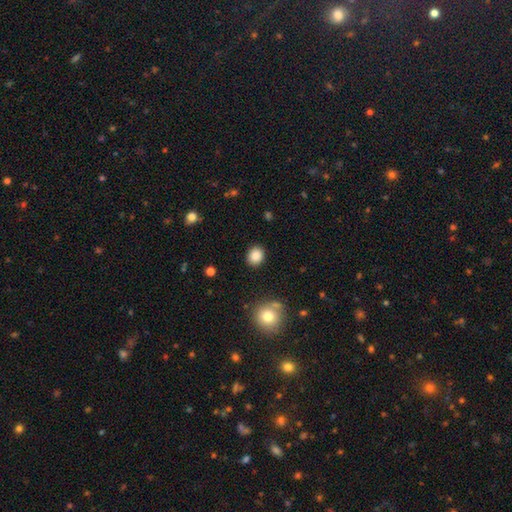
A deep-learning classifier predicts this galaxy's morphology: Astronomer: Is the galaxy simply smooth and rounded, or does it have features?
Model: smooth — 87%.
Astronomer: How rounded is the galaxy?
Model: round — 70%.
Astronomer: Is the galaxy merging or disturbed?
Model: none — 88%.